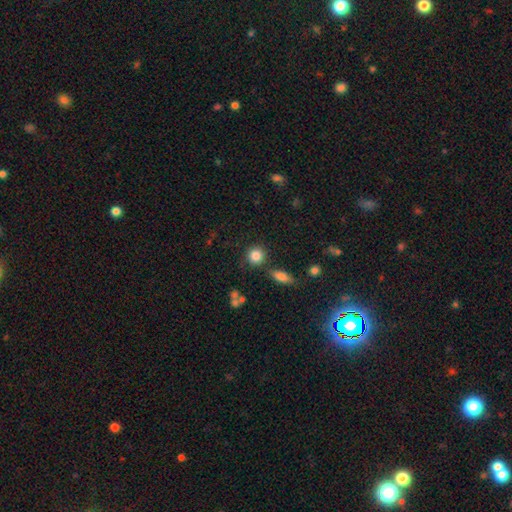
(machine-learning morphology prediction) A smooth galaxy with no disk features (84%) that is round (89%). Merging: none (78%).